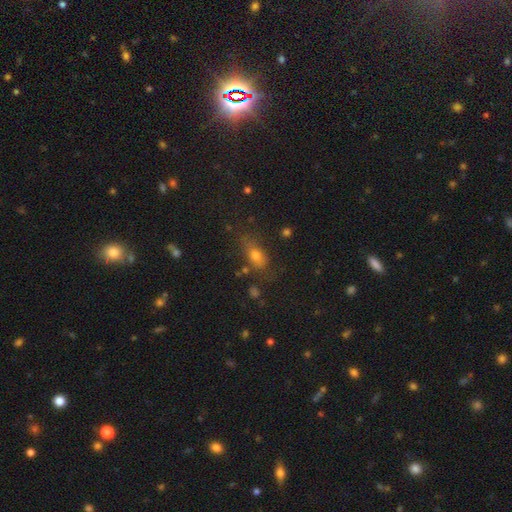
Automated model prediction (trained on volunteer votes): smooth_or_featured: smooth (p=0.68) [alt: star or artifact p=0.17]
how_rounded: in between (p=0.71) [alt: round p=0.16]
merging: none (p=0.67) [alt: minor disturbance p=0.20]